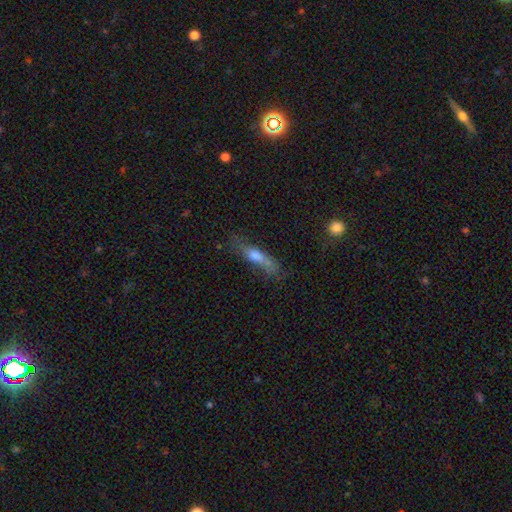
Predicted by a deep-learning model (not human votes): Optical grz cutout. It shows a smooth galaxy with no disk features (58%) that is cigar-shaped (68%). Merging: none (55%).